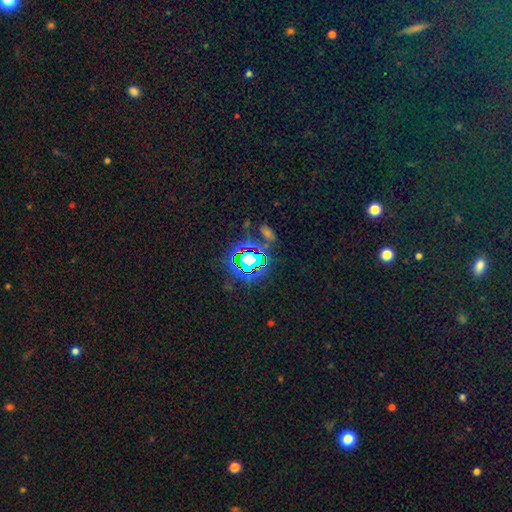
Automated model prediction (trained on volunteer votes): Smooth or featured? Predicted: star or artifact (p=0.79).